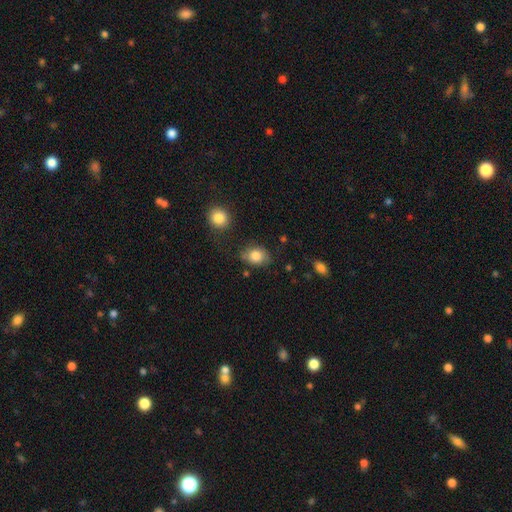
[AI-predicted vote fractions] Q: Smooth or featured?
A: smooth (83%); runner-up: featured or disk (9%)
Q: How rounded?
A: in between (63%); runner-up: round (35%)
Q: Merging?
A: none (72%); runner-up: minor disturbance (20%)